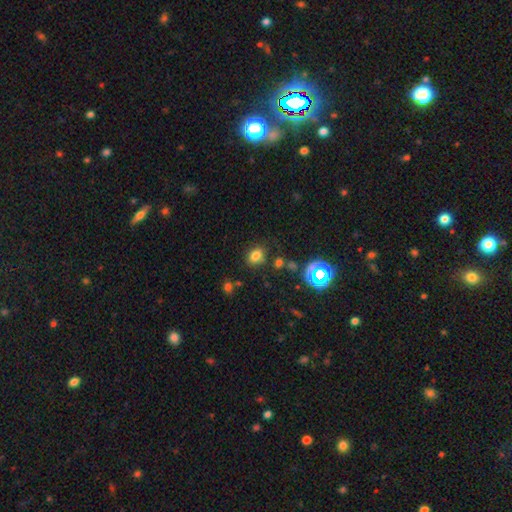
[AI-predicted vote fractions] A smooth galaxy with no disk features (75%) that is in between round and cigar-shaped (56%).

Vote fractions:
- Smooth or featured? smooth: 75% / star or artifact: 17% / featured or disk: 8%
- How rounded? in between: 56% / round: 42% / cigar-shaped: 1%
- Merging? none: 79% / minor disturbance: 12% / merger: 5% / major disturbance: 4%